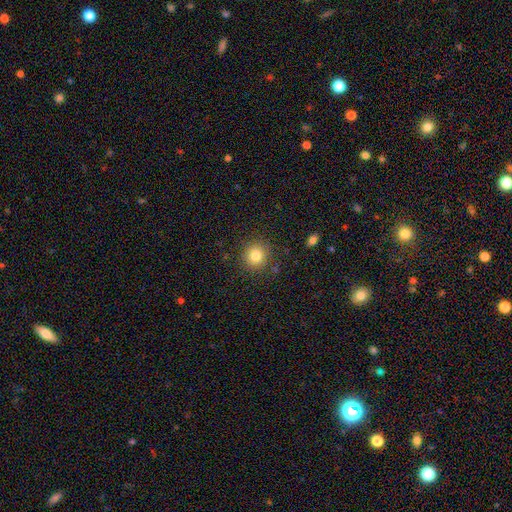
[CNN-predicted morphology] type=smooth (82%); roundness=round (91%); merging=none (88%).